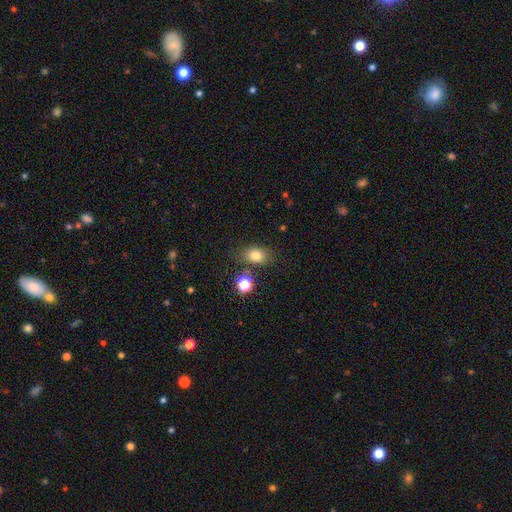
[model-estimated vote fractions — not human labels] Smooth or featured? Predicted: smooth (p=0.78). How rounded? Predicted: in between (p=0.69). Merging? Predicted: none (p=0.75).